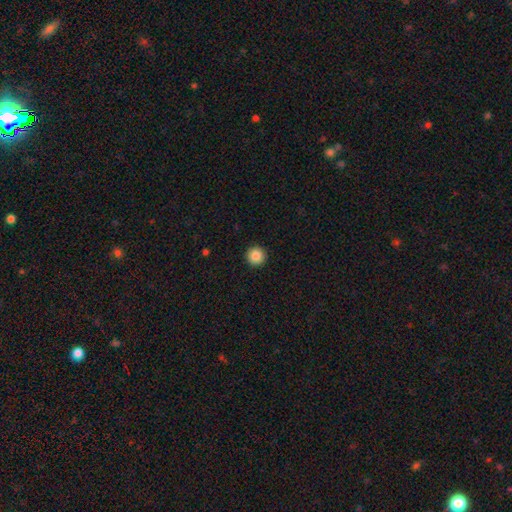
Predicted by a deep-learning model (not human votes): This appears to be a smooth galaxy with no disk features (87%) that is round (96%). Merging: none (94%).